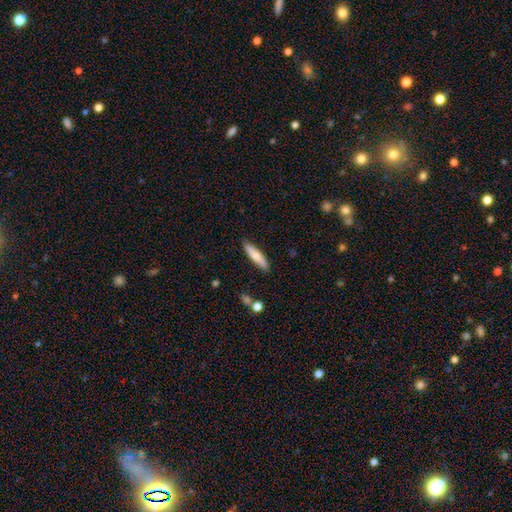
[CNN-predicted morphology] Smooth or featured? Predicted: smooth (p=0.69). How rounded? Predicted: cigar-shaped (p=0.78). Merging? Predicted: none (p=0.87).